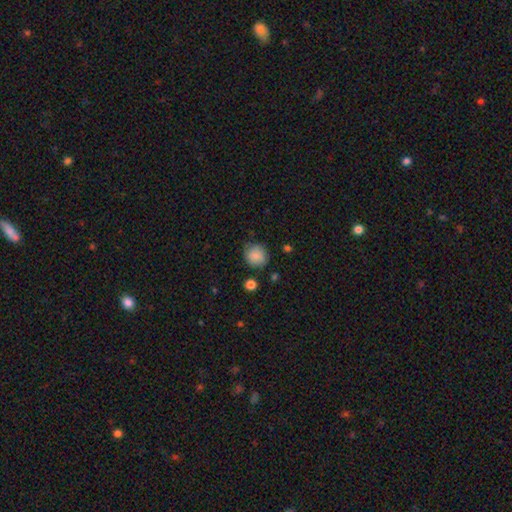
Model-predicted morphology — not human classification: This appears to be a smooth galaxy with no disk features (86%) that is round (84%). Merging: none (77%).